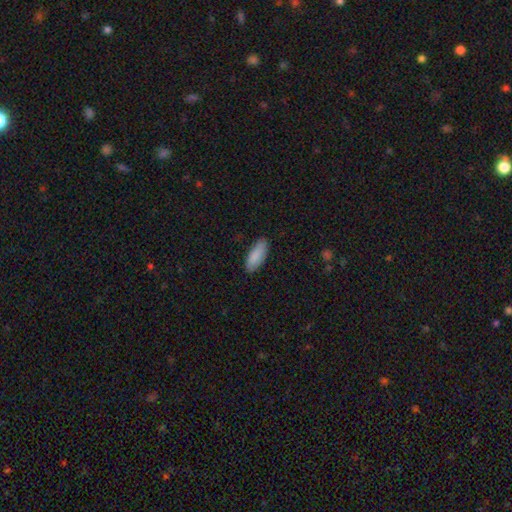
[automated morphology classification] smooth-or-featured: smooth: 88% | featured or disk: 6% | star or artifact: 6%
  how-rounded: in between: 75% | cigar-shaped: 23% | round: 2%
  merging: none: 81% | minor disturbance: 15% | major disturbance: 3% | merger: 1%